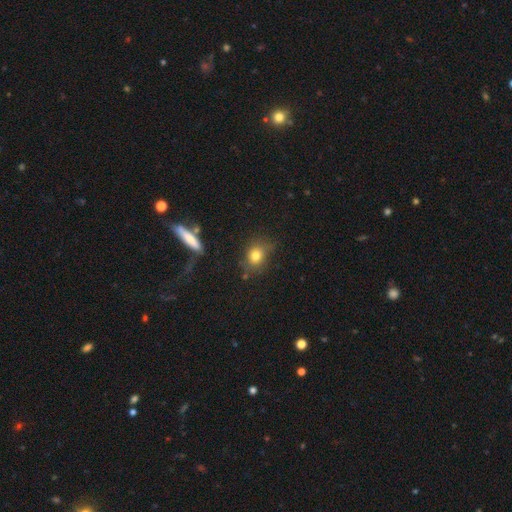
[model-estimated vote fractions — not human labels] smooth_or_featured: smooth (p=0.78) [alt: star or artifact p=0.11]
how_rounded: round (p=0.59) [alt: in between p=0.39]
merging: none (p=0.70) [alt: minor disturbance p=0.19]